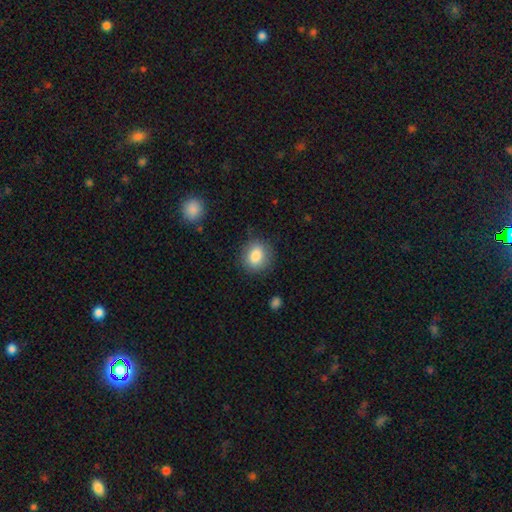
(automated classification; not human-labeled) Smooth or featured: smooth — 85% (star or artifact — 8%)
How rounded: round — 68% (in between — 31%)
Merging: none — 82% (minor disturbance — 13%)